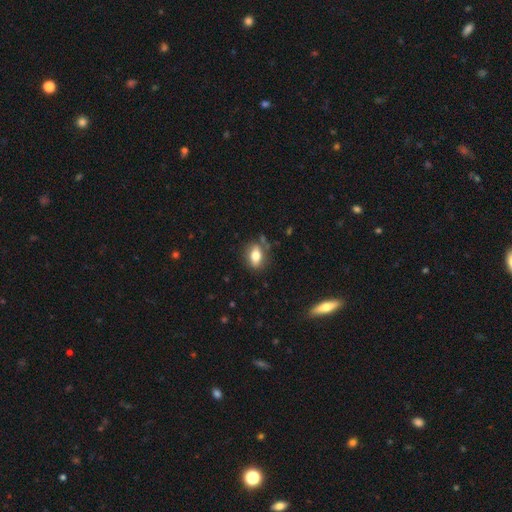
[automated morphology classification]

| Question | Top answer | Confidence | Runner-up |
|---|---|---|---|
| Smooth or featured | smooth | 76% | featured or disk (16%) |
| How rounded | in between | 81% | round (14%) |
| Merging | none | 74% | minor disturbance (17%) |